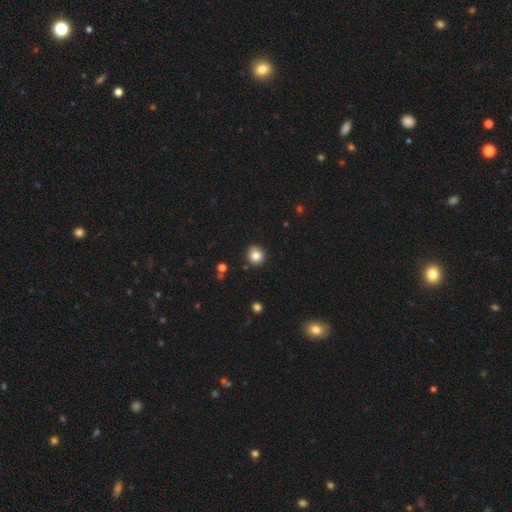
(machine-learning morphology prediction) Smooth or featured?
  - smooth: 84% *
  - star or artifact: 10%
  - featured or disk: 5%
How rounded?
  - round: 91% *
  - in between: 8%
  - cigar-shaped: 1%
Merging?
  - none: 89% *
  - minor disturbance: 8%
  - merger: 2%
  - major disturbance: 2%